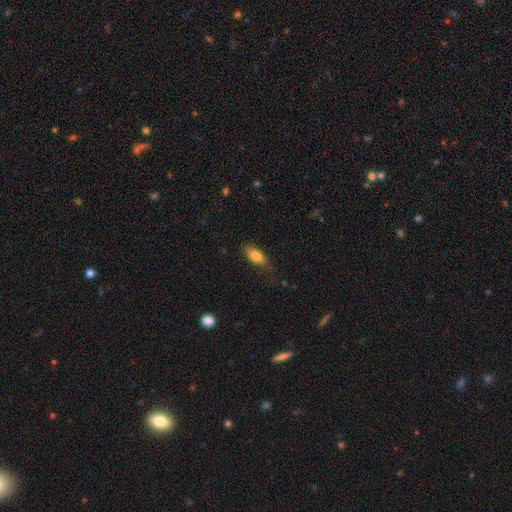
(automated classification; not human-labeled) Morphology: type=smooth (80%); roundness=in between (86%); merging=none (65%).